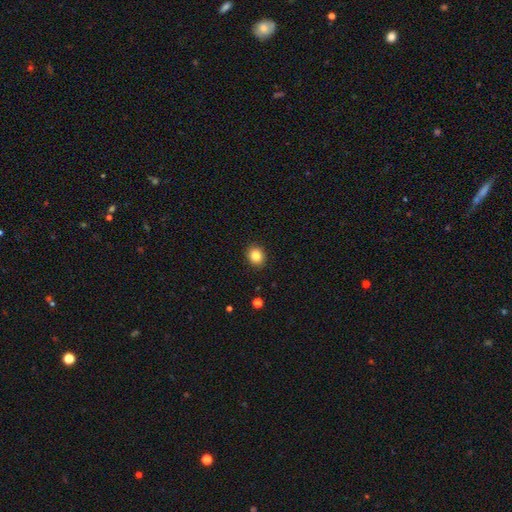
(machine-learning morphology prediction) The model was most divided on "how rounded": round: 72%, in between: 28%, cigar-shaped: 1%. More confident: merging — none (91%); smooth or featured — smooth (85%).